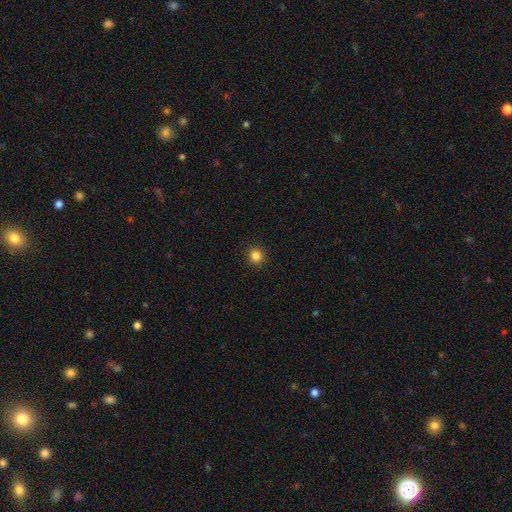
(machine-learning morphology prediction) This appears to be a smooth galaxy with no disk features (84%) that is round (91%). Merging: none (92%).